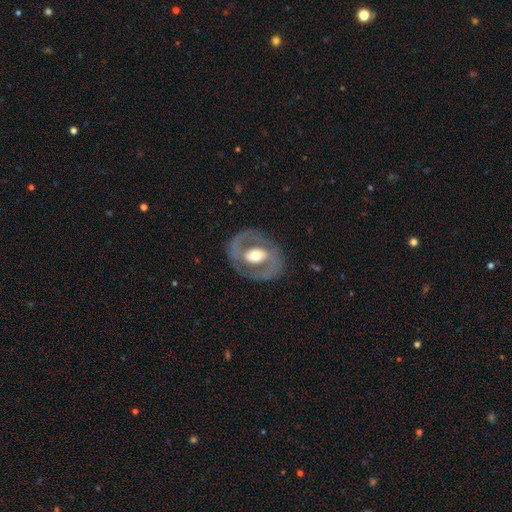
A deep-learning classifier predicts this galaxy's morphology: The model was most divided on "spiral arms": yes: 52%, no: 48%. Remaining: edge-on disk — no (95%); merging — none (80%); smooth or featured — featured or disk (73%); bulge size — moderate (64%); bar — no (43%).